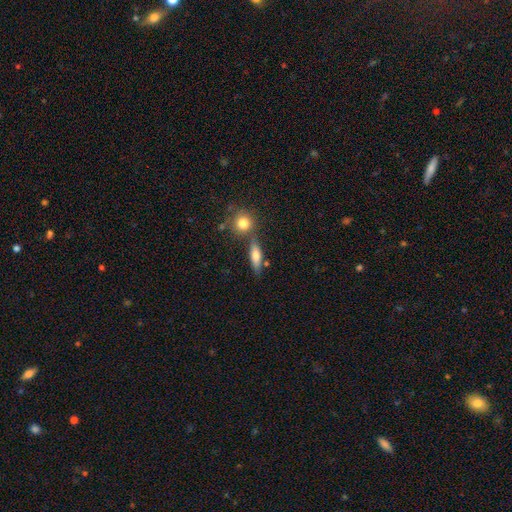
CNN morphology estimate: smooth-or-featured: smooth: 68% | featured or disk: 23% | star or artifact: 9%
  how-rounded: cigar-shaped: 46% | in between: 45% | round: 9%
  merging: none: 67% | merger: 17% | minor disturbance: 13% | major disturbance: 4%